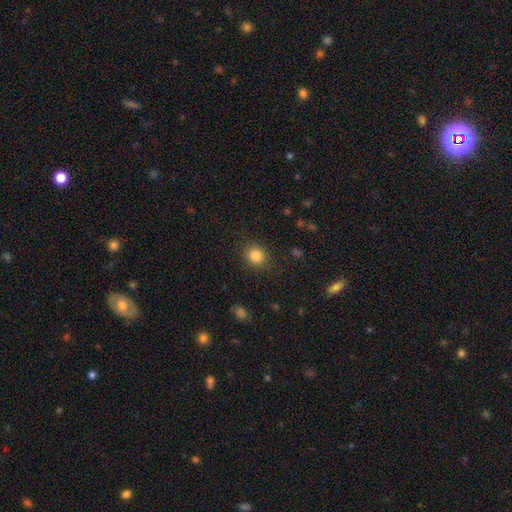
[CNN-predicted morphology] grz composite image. It shows a smooth galaxy with no disk features (84%) that is round (84%). Merging: none (87%).